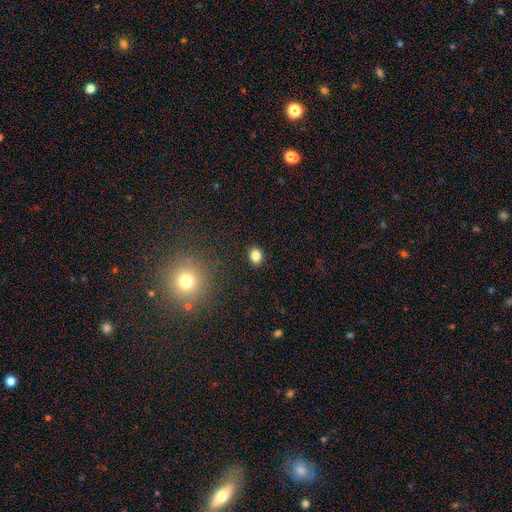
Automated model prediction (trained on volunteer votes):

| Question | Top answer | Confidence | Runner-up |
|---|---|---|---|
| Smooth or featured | smooth | 83% | star or artifact (11%) |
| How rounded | in between | 59% | round (40%) |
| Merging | none | 89% | minor disturbance (7%) |